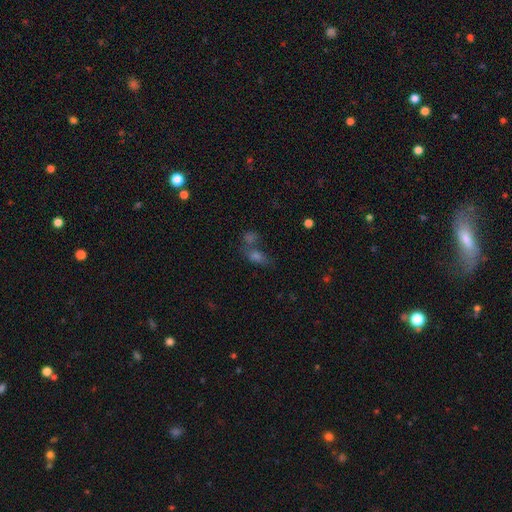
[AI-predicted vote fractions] The model was most divided on "merging": none: 42%, merger: 38%, minor disturbance: 12%, major disturbance: 8%. More confident: how rounded — in between (72%); smooth or featured — smooth (57%).